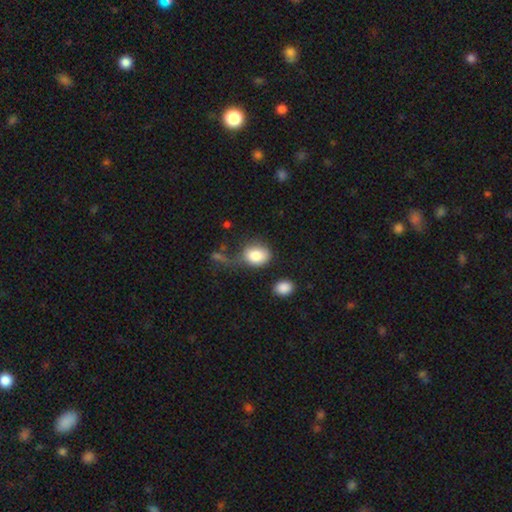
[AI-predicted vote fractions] Smooth or featured? Predicted: smooth (p=0.85). How rounded? Predicted: in between (p=0.56). Merging? Predicted: none (p=0.47).